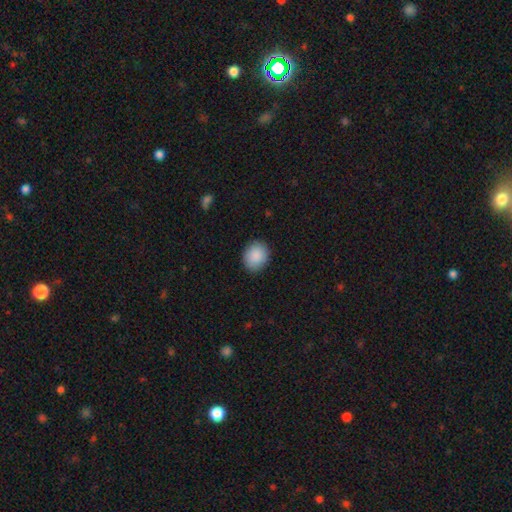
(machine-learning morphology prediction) Overall: smooth (89%). How rounded: round (61%; in between 38%). Merging: none (88%).